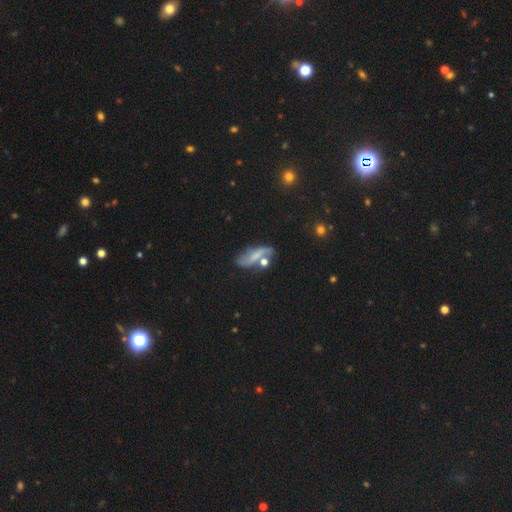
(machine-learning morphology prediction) A featured or disk galaxy (51%).

Vote fractions:
- Smooth or featured? featured or disk: 51% / smooth: 38% / star or artifact: 11%
- Edge-on disk? no: 80% / yes: 20%
- Merging? none: 49% / minor disturbance: 22% / merger: 18% / major disturbance: 12%